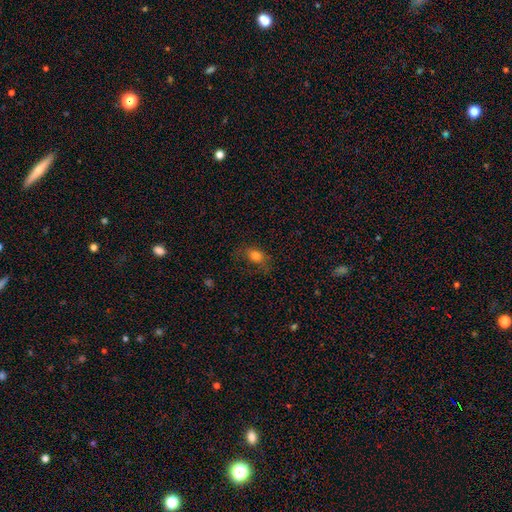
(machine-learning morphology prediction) smooth-or-featured: smooth: 77% | featured or disk: 12% | star or artifact: 11%
  how-rounded: in between: 74% | round: 23% | cigar-shaped: 3%
  merging: none: 57% | minor disturbance: 25% | major disturbance: 16% | merger: 2%